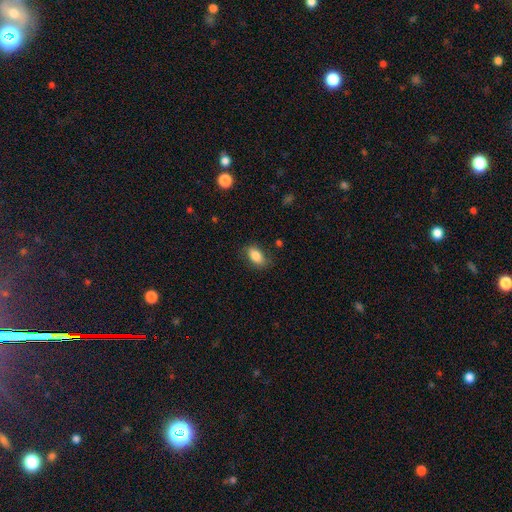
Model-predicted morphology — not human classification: type=smooth (84%); roundness=in between (89%); merging=none (79%).